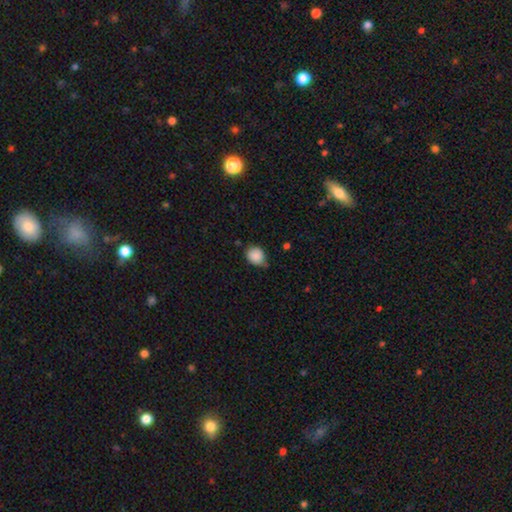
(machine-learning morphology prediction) Smooth or featured? Predicted: smooth (p=0.87). How rounded? Predicted: round (p=0.76). Merging? Predicted: none (p=0.59).